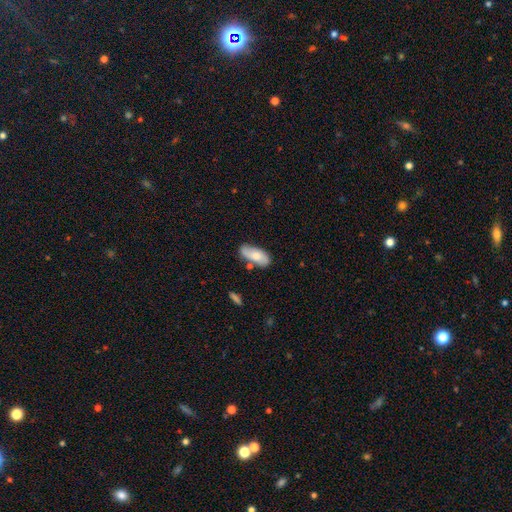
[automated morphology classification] Q: Smooth or featured?
A: smooth (65%); runner-up: featured or disk (29%)
Q: How rounded?
A: in between (87%); runner-up: cigar-shaped (11%)
Q: Merging?
A: none (68%); runner-up: minor disturbance (20%)